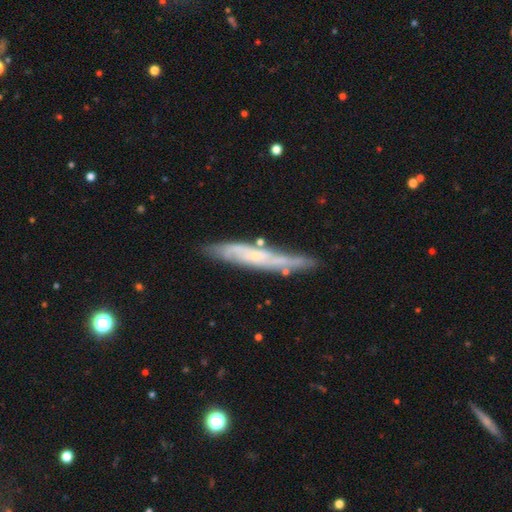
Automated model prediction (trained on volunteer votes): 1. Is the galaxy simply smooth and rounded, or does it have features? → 67% featured or disk, 26% smooth, 7% star or artifact.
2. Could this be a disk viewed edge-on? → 63% yes, 37% no.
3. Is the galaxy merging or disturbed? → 73% none, 18% minor disturbance, 4% merger, 4% major disturbance.